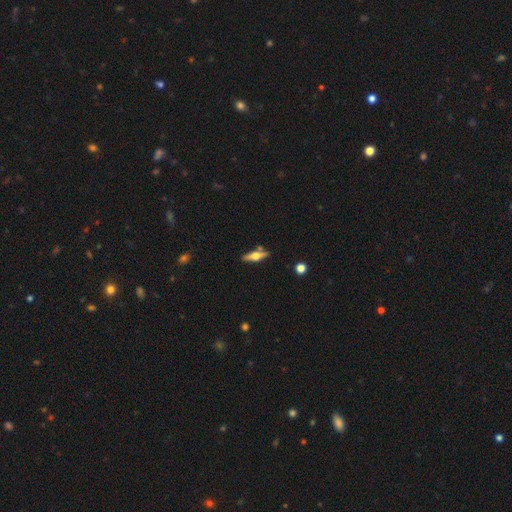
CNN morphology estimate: A featured or disk galaxy (61%) viewed edge-on (94%) with a rounded central bulge (93%).

Vote fractions:
- Smooth or featured? featured or disk: 61% / smooth: 33% / star or artifact: 6%
- Edge-on disk? yes: 94% / no: 6%
- Edge-on bulge? rounded: 93% / boxy: 5% / none: 2%
- Merging? none: 79% / minor disturbance: 11% / merger: 6% / major disturbance: 3%